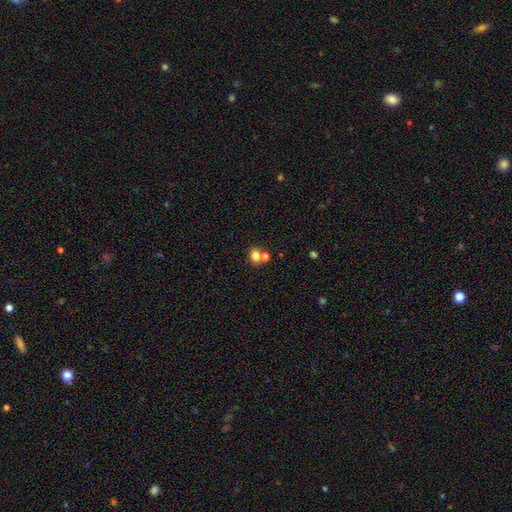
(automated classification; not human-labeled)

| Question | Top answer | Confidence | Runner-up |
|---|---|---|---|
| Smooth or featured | smooth | 77% | star or artifact (13%) |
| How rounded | in between | 52% | round (47%) |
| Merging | none | 52% | merger (34%) |